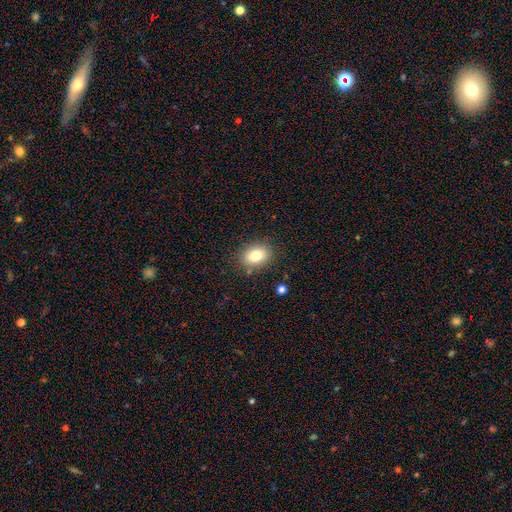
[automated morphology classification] The model was most divided on "how rounded": in between: 70%, round: 28%, cigar-shaped: 1%. More confident: merging — none (84%); smooth or featured — smooth (80%).